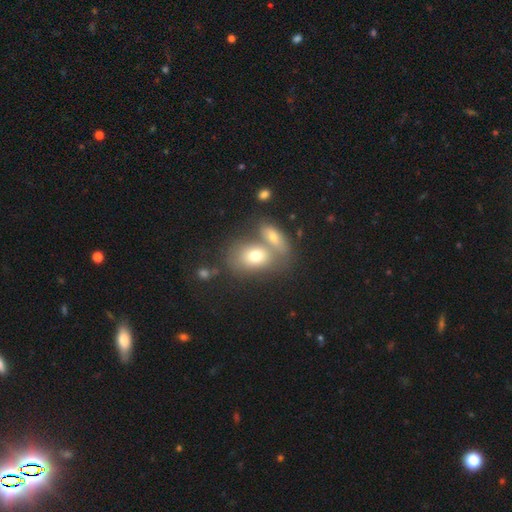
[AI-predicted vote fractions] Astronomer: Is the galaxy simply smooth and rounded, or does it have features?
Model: smooth — 66%.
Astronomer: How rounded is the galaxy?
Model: in between — 71%.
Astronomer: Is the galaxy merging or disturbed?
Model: merger — 54% (runner-up: none, 35%).